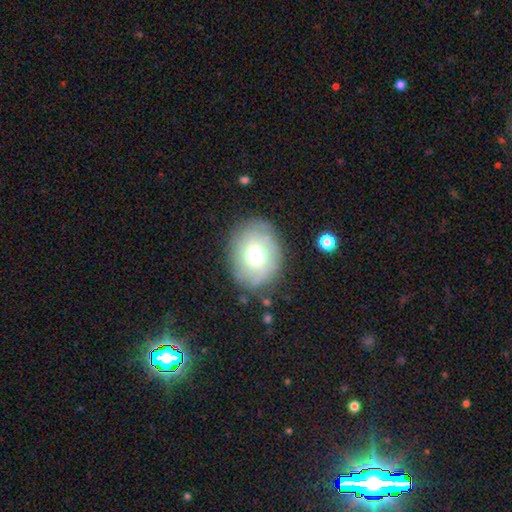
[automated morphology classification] Smooth or featured?
  - smooth: 59% *
  - featured or disk: 30%
  - star or artifact: 11%
How rounded?
  - round: 51% *
  - in between: 48%
  - cigar-shaped: 1%
Merging?
  - none: 79% *
  - minor disturbance: 13%
  - major disturbance: 6%
  - merger: 2%